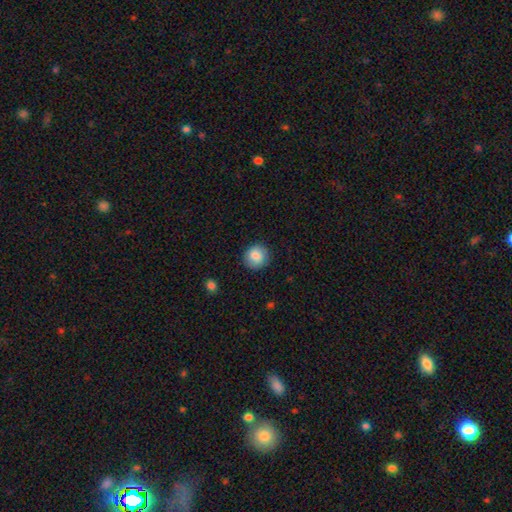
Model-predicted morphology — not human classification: Overall: smooth (85%). How rounded: round (87%). Merging: none (87%).